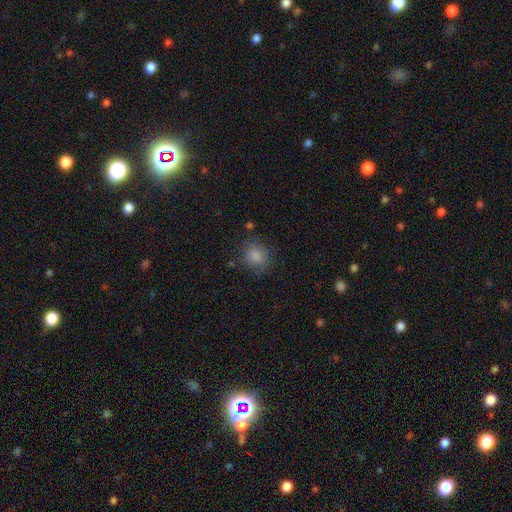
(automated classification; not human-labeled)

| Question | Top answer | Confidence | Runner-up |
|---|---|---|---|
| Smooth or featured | smooth | 85% | star or artifact (10%) |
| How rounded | round | 84% | in between (15%) |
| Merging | none | 80% | minor disturbance (13%) |